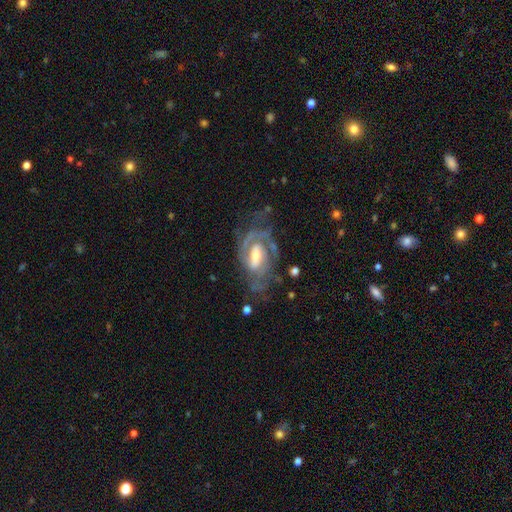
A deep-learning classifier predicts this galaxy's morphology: Smooth or featured?
  - featured or disk: 87% *
  - smooth: 8%
  - star or artifact: 5%
Edge-on disk?
  - no: 96% *
  - yes: 4%
Bar?
  - weak: 48% *
  - no: 26%
  - strong: 26%
Spiral arms?
  - yes: 94% *
  - no: 6%
Spiral winding?
  - tight: 52% *
  - medium: 39%
  - loose: 9%
Spiral arm count?
  - 2: 52% *
  - can't tell: 21%
  - 3: 14%
  - 1: 7%
  - 4: 3%
  - more than 4: 3%
Bulge size?
  - moderate: 55% *
  - small: 31%
  - large: 10%
  - none: 3%
  - dominant: 1%
Merging?
  - none: 59% *
  - minor disturbance: 21%
  - major disturbance: 18%
  - merger: 2%